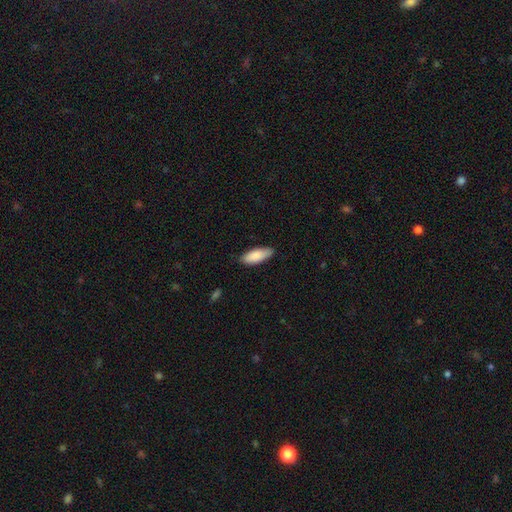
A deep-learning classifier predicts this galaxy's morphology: Q: Smooth or featured?
A: smooth (87%); runner-up: featured or disk (8%)
Q: How rounded?
A: in between (76%); runner-up: cigar-shaped (23%)
Q: Merging?
A: none (84%); runner-up: minor disturbance (13%)